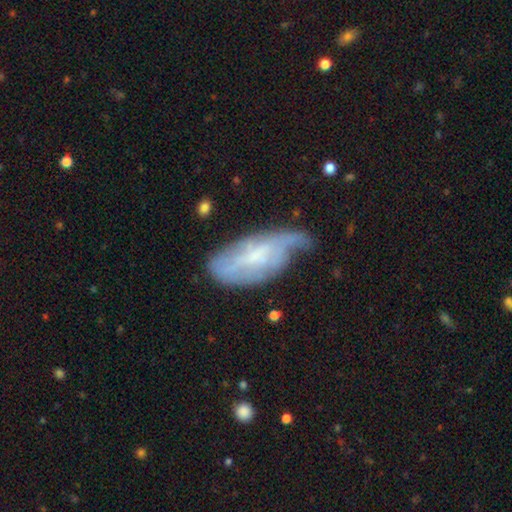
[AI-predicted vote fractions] smooth-or-featured: featured or disk: 55% | smooth: 37% | star or artifact: 8%
  disk-edge-on: no: 85% | yes: 15%
  merging: minor disturbance: 39% | none: 30% | major disturbance: 27% | merger: 4%